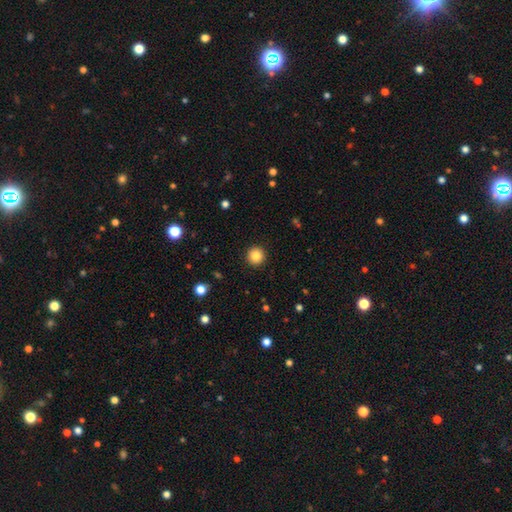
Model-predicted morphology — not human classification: smooth-or-featured: smooth: 85% | star or artifact: 10% | featured or disk: 5%
  how-rounded: round: 95% | in between: 4% | cigar-shaped: 1%
  merging: none: 93% | minor disturbance: 5% | major disturbance: 2% | merger: 1%